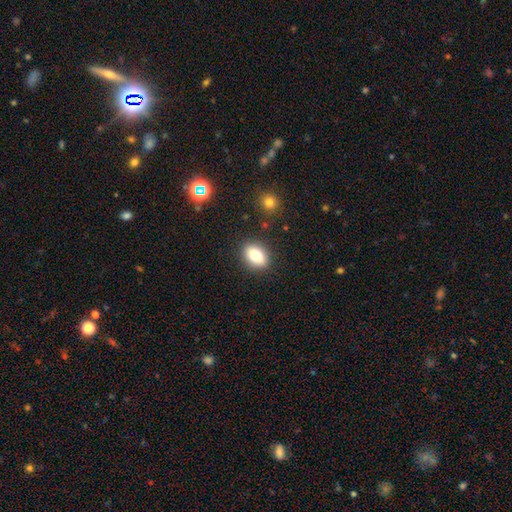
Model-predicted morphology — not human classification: type=smooth (79%); roundness=in between (77%); merging=none (86%).